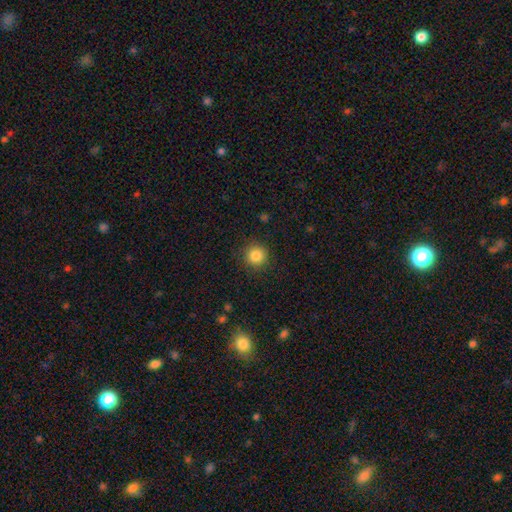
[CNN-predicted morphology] Smooth or featured: smooth — 85% (star or artifact — 11%)
How rounded: round — 94% (in between — 5%)
Merging: none — 89% (minor disturbance — 7%)